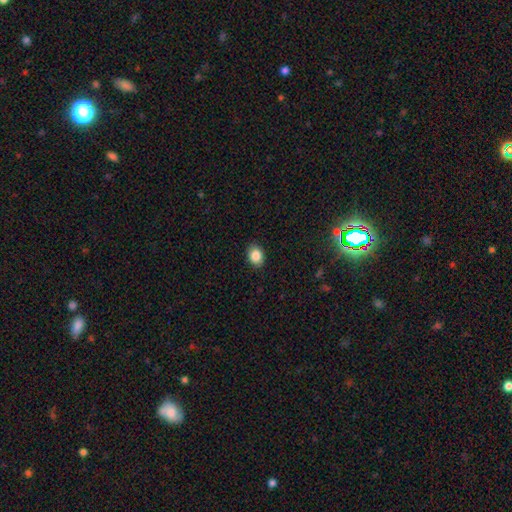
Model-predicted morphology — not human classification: This appears to be a smooth galaxy with no disk features (86%) that is in between round and cigar-shaped (65%). Merging: none (89%).